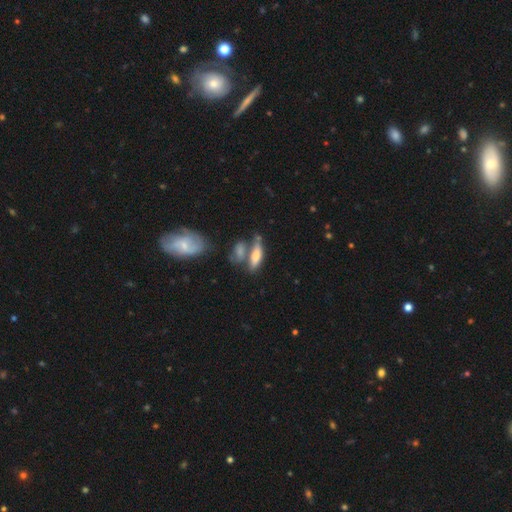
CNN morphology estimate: smooth-or-featured: smooth: 65% | featured or disk: 27% | star or artifact: 8%
  how-rounded: in between: 57% | cigar-shaped: 40% | round: 3%
  merging: none: 41% | merger: 35% | minor disturbance: 16% | major disturbance: 8%